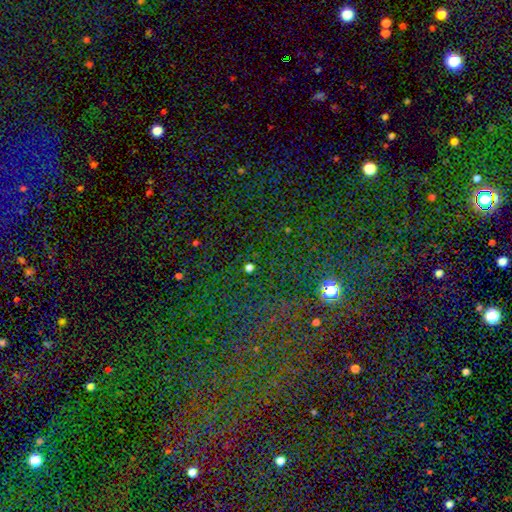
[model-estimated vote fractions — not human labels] Smooth or featured: star or artifact — 78% (smooth — 13%)